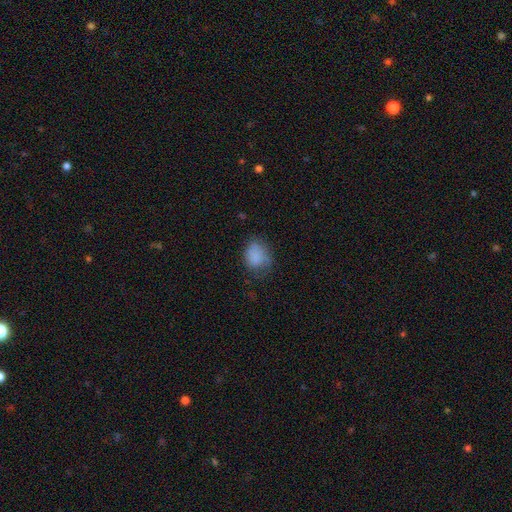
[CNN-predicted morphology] Smooth or featured? smooth (79%)
How rounded? in between (55%)
Merging? none (50%)